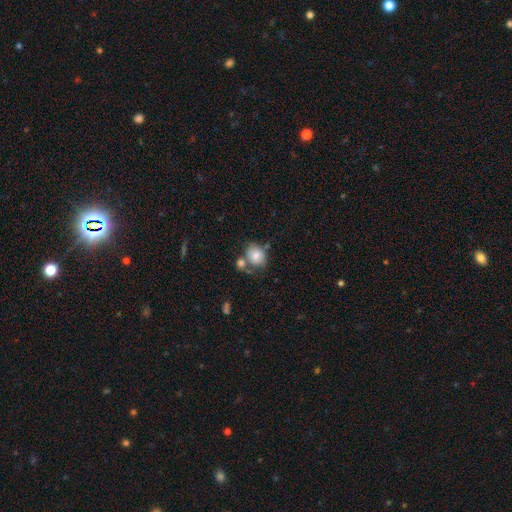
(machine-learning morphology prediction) smooth 78%, featured or disk 14%, star or artifact 8%. Down the decision tree: how rounded — round (51%); merging — none (48%).